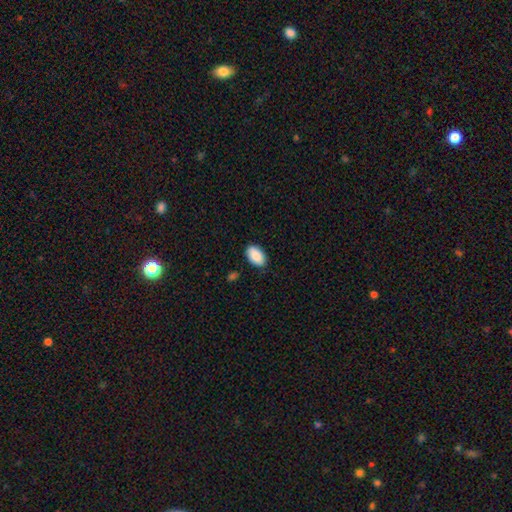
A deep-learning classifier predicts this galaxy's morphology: Smooth or featured? smooth (88%)
How rounded? in between (93%)
Merging? none (84%)